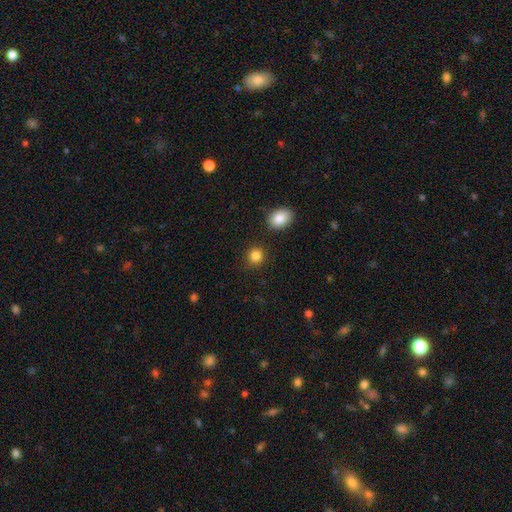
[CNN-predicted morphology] Overall: smooth (85%). How rounded: round (85%). Merging: none (88%).